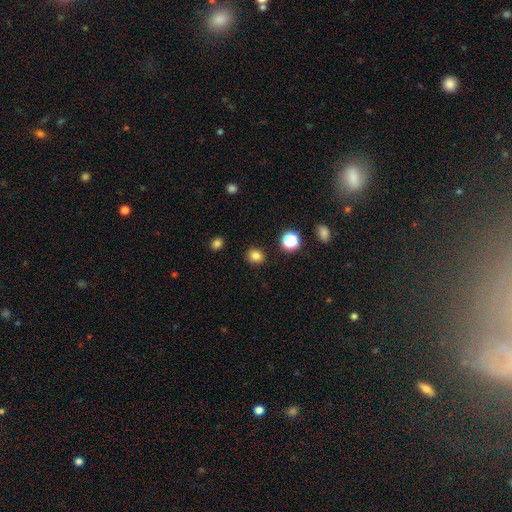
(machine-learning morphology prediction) A smooth galaxy with no disk features (81%) that is round (76%).

Vote fractions:
- Smooth or featured? smooth: 81% / star or artifact: 14% / featured or disk: 5%
- How rounded? round: 76% / in between: 23% / cigar-shaped: 1%
- Merging? none: 89% / minor disturbance: 7% / major disturbance: 2% / merger: 2%